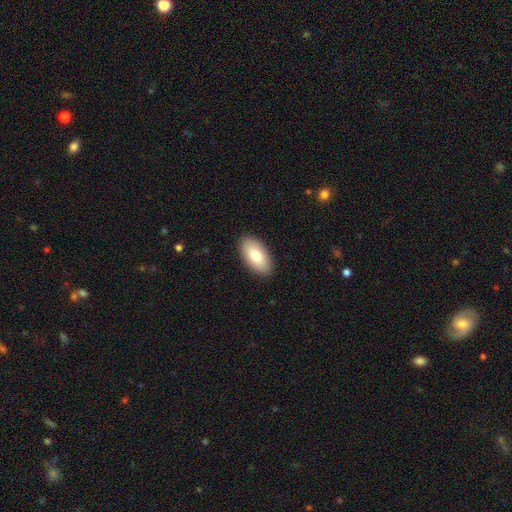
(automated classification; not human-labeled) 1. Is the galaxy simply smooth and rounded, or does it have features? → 84% smooth, 10% featured or disk, 6% star or artifact.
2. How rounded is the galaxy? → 95% in between, 3% cigar-shaped, 2% round.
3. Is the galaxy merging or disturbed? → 90% none, 8% minor disturbance, 2% major disturbance, 1% merger.